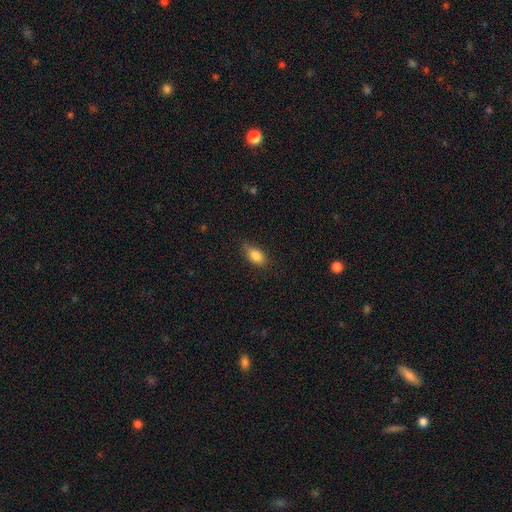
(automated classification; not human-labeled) Morphology: type=smooth (85%); roundness=in between (86%); merging=none (71%).